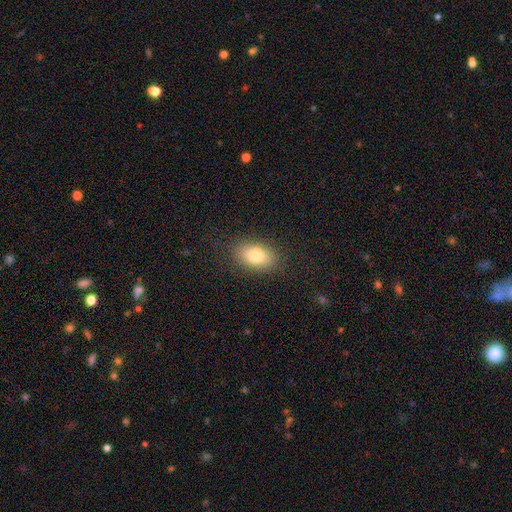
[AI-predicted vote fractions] This is likely a smooth galaxy (80%). How rounded: clearly in between (88%). Merging: clearly none (85%).